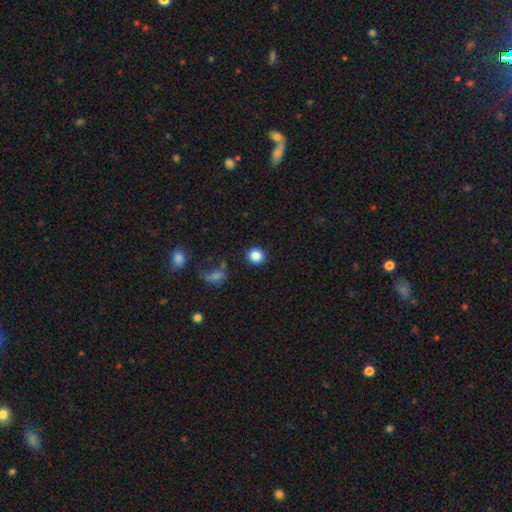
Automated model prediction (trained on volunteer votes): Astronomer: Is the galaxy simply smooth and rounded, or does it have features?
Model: smooth — 85%.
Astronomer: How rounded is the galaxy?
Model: round — 89%.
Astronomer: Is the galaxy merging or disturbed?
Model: none — 89%.